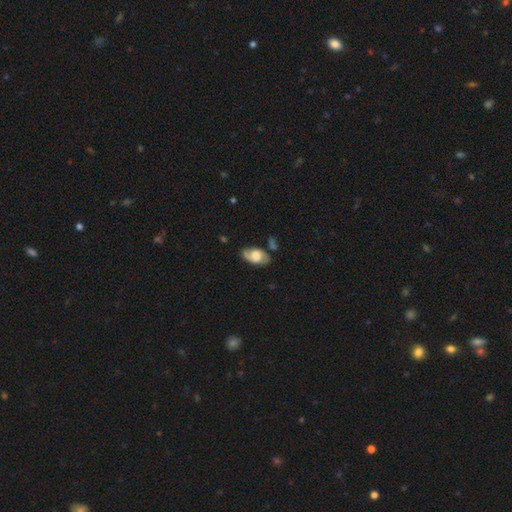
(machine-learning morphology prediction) type=featured or disk (53%); edge-on=no (90%); merging=none (69%).